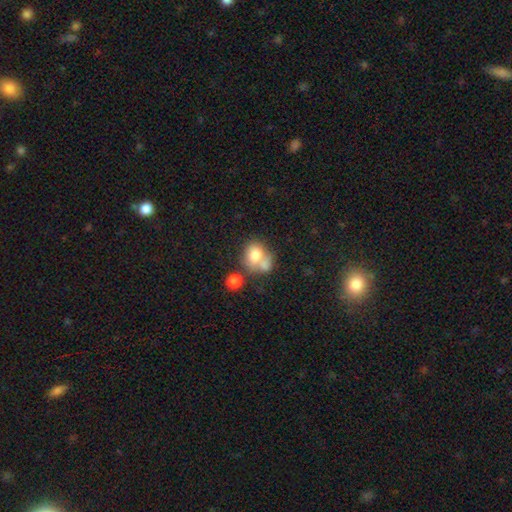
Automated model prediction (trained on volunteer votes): smooth 76%, featured or disk 15%, star or artifact 9%. Down the decision tree: how rounded — round (52%); merging — merger (49%).